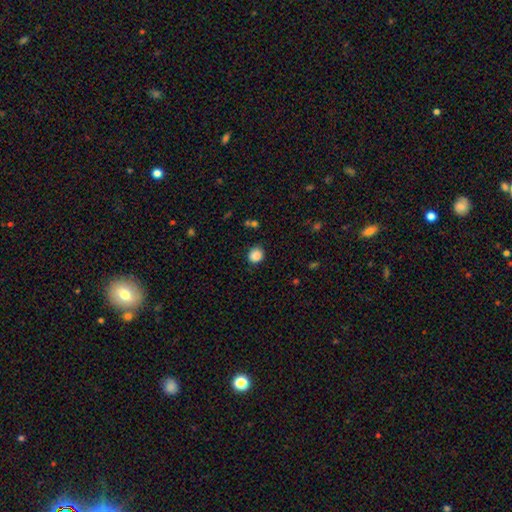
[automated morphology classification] Smooth or featured? Predicted: smooth (p=0.87). How rounded? Predicted: round (p=0.80). Merging? Predicted: none (p=0.84).